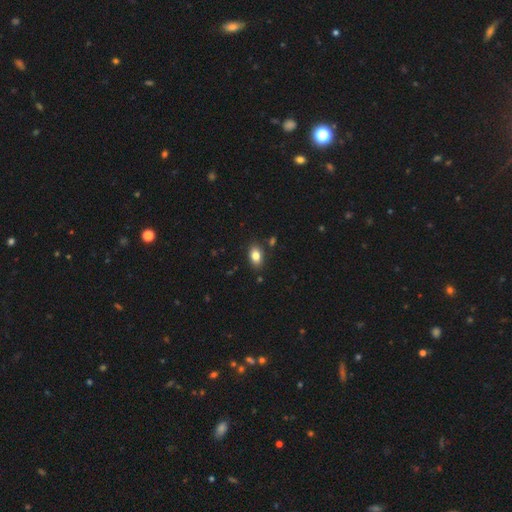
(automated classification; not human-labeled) A smooth galaxy with no disk features (82%) that is in between round and cigar-shaped (87%).

Vote fractions:
- Smooth or featured? smooth: 82% / featured or disk: 9% / star or artifact: 9%
- How rounded? in between: 87% / round: 11% / cigar-shaped: 2%
- Merging? none: 83% / minor disturbance: 11% / merger: 3% / major disturbance: 2%